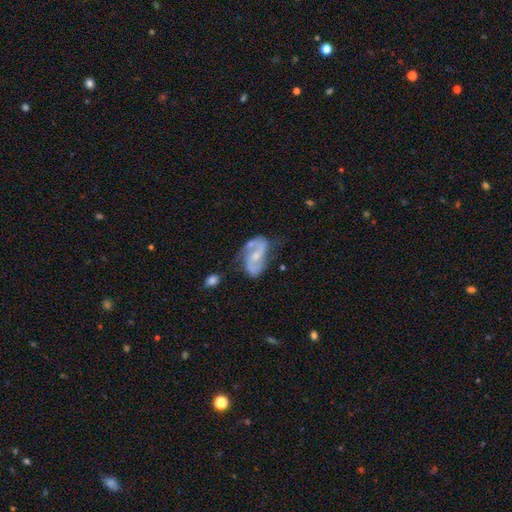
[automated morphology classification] Smooth or featured?
  - featured or disk: 80% *
  - smooth: 14%
  - star or artifact: 6%
Edge-on disk?
  - no: 96% *
  - yes: 4%
Bar?
  - no: 44% *
  - weak: 38%
  - strong: 18%
Spiral arms?
  - yes: 92% *
  - no: 8%
Spiral winding?
  - medium: 44% *
  - loose: 39%
  - tight: 17%
Spiral arm count?
  - 2: 87% *
  - can't tell: 6%
  - 1: 4%
  - 3: 2%
  - 4: 1%
  - more than 4: 1%
Bulge size?
  - small: 54% *
  - moderate: 38%
  - none: 5%
  - large: 2%
  - dominant: 1%
Merging?
  - none: 54% *
  - minor disturbance: 25%
  - major disturbance: 14%
  - merger: 7%